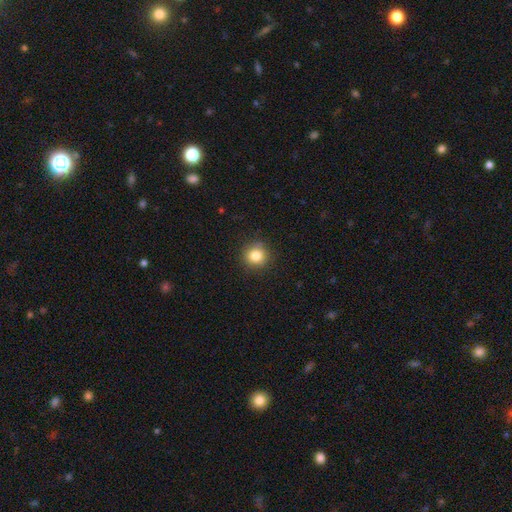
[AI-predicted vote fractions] This is clearly a smooth galaxy (84%). How rounded: clearly round (92%). Merging: clearly none (89%).